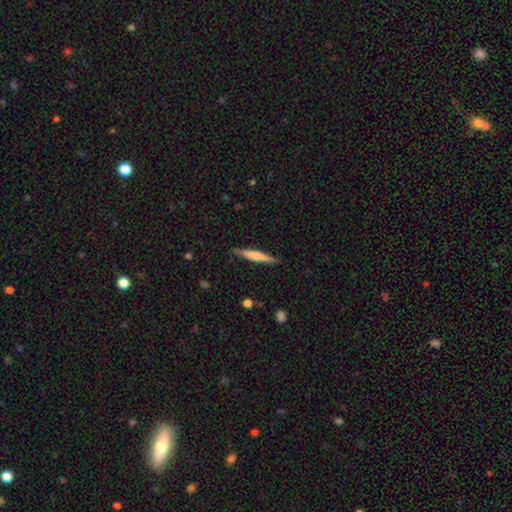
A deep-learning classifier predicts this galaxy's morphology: smooth_or_featured: smooth (p=0.54) [alt: featured or disk p=0.40]
how_rounded: cigar-shaped (p=0.93) [alt: in between p=0.05]
merging: none (p=0.88) [alt: minor disturbance p=0.09]